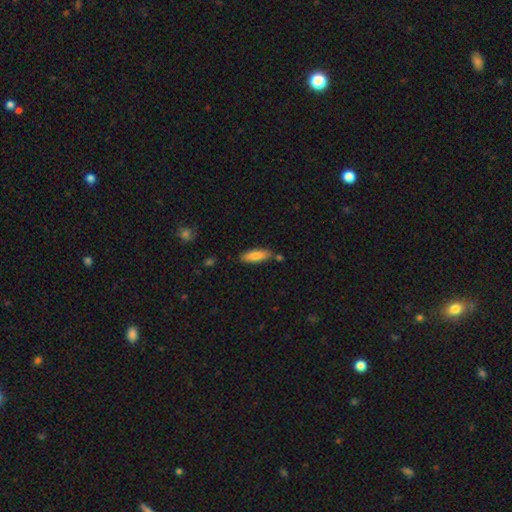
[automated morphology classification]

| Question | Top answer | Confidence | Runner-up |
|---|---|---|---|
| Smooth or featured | smooth | 81% | featured or disk (13%) |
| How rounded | in between | 53% | cigar-shaped (46%) |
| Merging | none | 78% | minor disturbance (13%) |